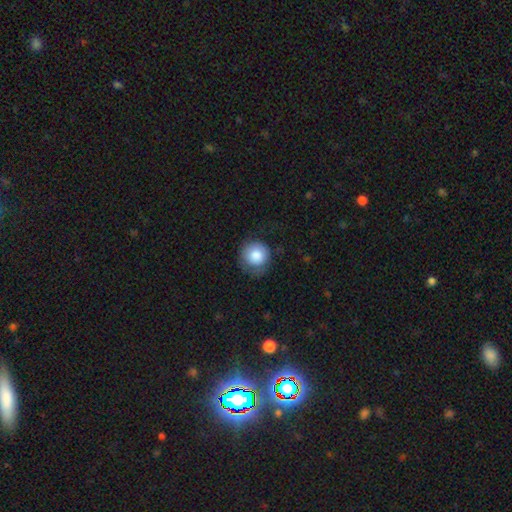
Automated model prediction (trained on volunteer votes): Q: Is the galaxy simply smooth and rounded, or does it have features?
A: smooth — 83%.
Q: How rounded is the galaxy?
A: round — 91%.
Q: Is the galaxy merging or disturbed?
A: none — 62%.